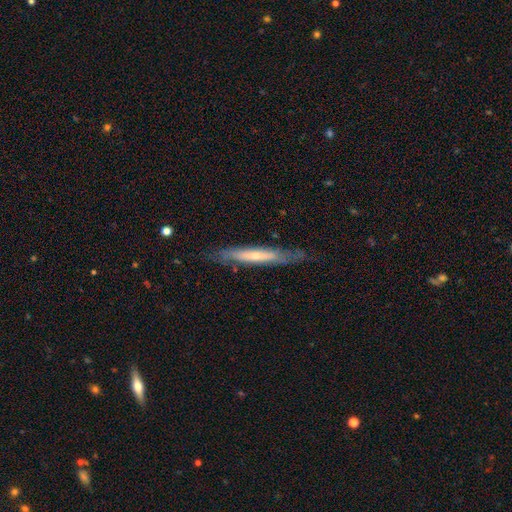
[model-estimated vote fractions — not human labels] A featured or disk galaxy (56%) viewed edge-on (79%). Merging: none (77%).